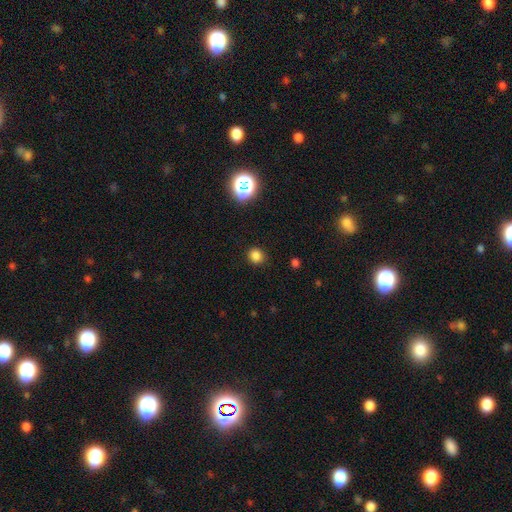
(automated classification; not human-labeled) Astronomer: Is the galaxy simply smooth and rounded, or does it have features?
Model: smooth — 81%.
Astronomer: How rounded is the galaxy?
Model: round — 83%.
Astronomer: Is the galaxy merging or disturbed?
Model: none — 89%.